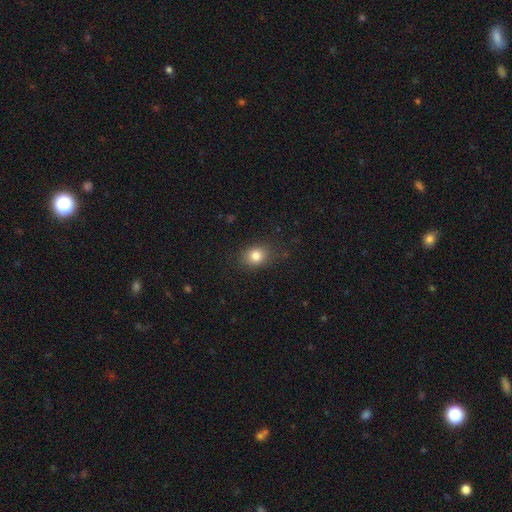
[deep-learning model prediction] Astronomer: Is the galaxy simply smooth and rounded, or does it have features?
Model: smooth — 81%.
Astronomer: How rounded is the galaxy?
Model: round — 53% (runner-up: in between, 45%).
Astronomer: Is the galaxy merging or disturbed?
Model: none — 82%.